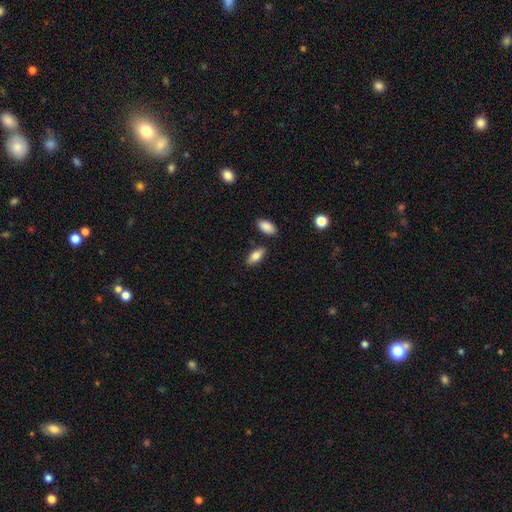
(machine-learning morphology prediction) This appears to be a smooth galaxy with no disk features (80%) that is in between round and cigar-shaped (83%). Merging: none (82%).